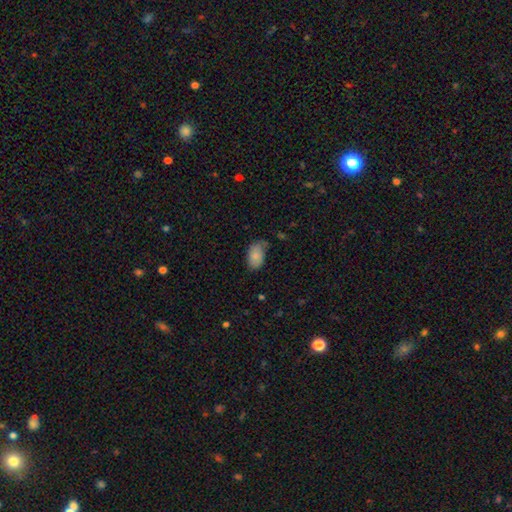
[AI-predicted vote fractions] Smooth or featured? Predicted: smooth (p=0.83). How rounded? Predicted: in between (p=0.92). Merging? Predicted: none (p=0.56).